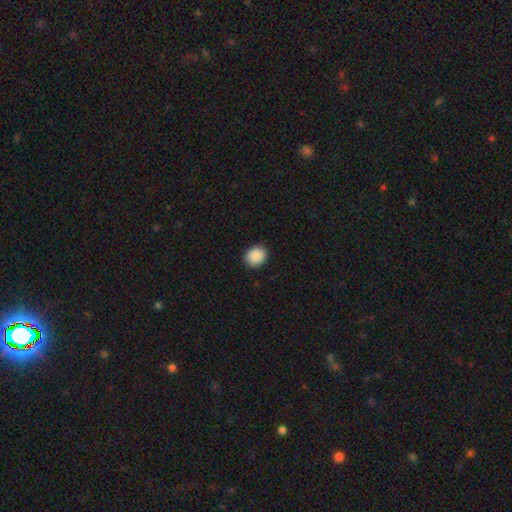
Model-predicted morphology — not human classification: This appears to be a smooth galaxy with no disk features (90%) that is round (64%). Merging: none (89%).